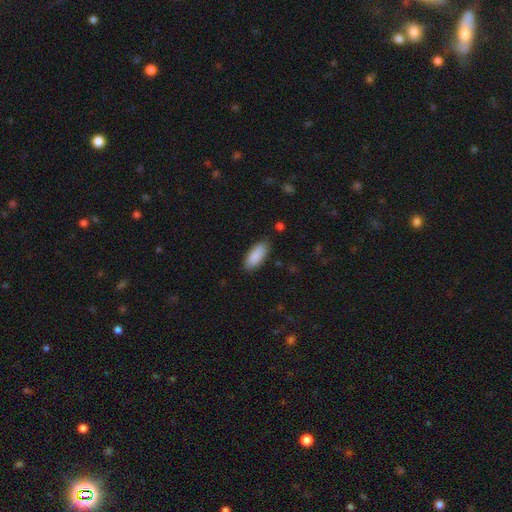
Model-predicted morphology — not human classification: Smooth or featured? Predicted: smooth (p=0.90). How rounded? Predicted: in between (p=0.84). Merging? Predicted: none (p=0.86).